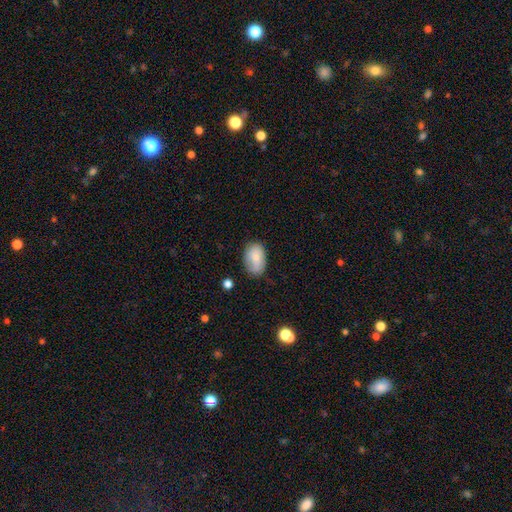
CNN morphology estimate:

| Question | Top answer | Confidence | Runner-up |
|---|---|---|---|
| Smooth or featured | smooth | 77% | featured or disk (16%) |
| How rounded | in between | 90% | round (9%) |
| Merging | none | 69% | minor disturbance (24%) |